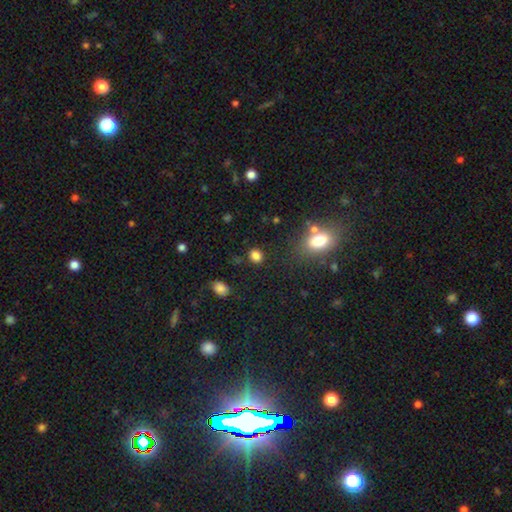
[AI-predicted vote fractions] smooth-or-featured: smooth: 82% | star or artifact: 13% | featured or disk: 5%
  how-rounded: round: 55% | in between: 44% | cigar-shaped: 1%
  merging: none: 83% | minor disturbance: 10% | merger: 4% | major disturbance: 4%